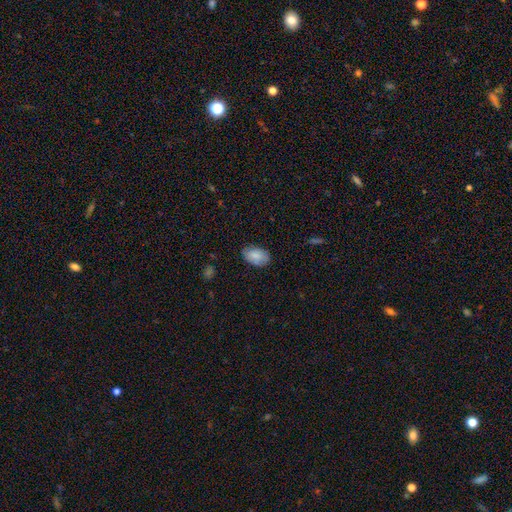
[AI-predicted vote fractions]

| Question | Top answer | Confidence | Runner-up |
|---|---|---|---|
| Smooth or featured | smooth | 83% | featured or disk (10%) |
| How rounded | in between | 92% | round (7%) |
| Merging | none | 80% | minor disturbance (16%) |